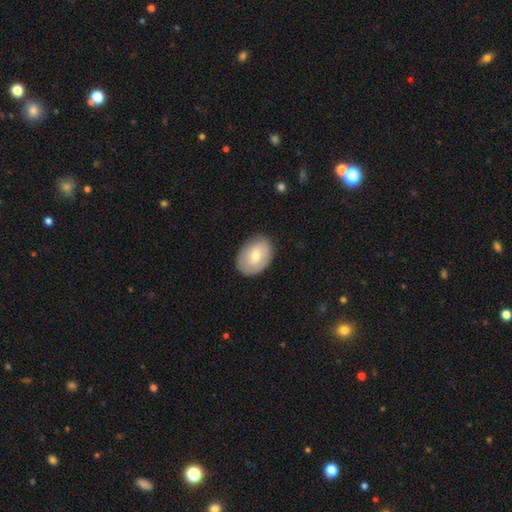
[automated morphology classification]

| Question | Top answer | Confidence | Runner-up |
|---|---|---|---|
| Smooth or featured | smooth | 65% | featured or disk (29%) |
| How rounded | in between | 79% | round (20%) |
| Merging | none | 83% | minor disturbance (13%) |